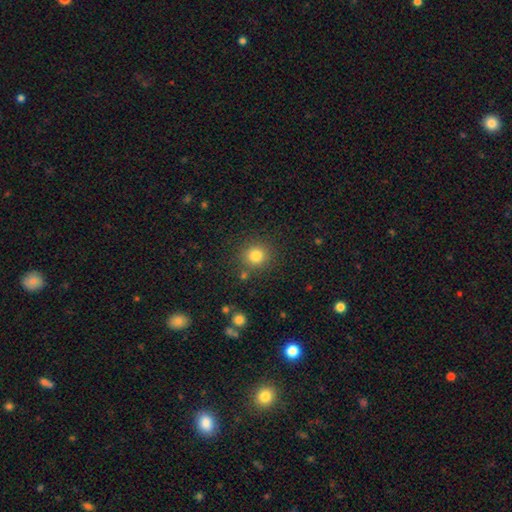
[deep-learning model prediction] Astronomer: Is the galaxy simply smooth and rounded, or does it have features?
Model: smooth — 81%.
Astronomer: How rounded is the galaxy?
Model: round — 90%.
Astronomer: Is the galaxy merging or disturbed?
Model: none — 85%.